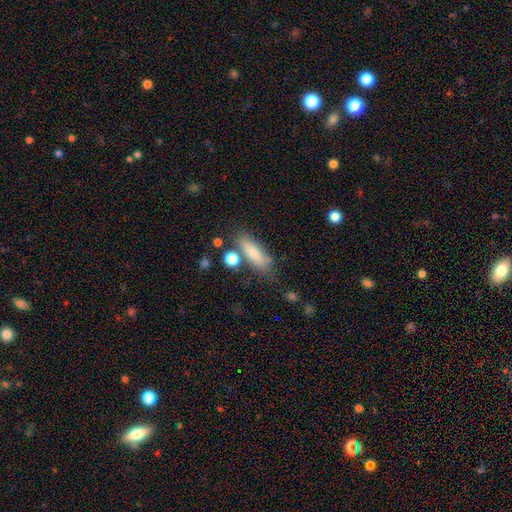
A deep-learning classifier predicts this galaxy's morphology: Smooth or featured? smooth (80%)
How rounded? in between (54%)
Merging? none (62%)